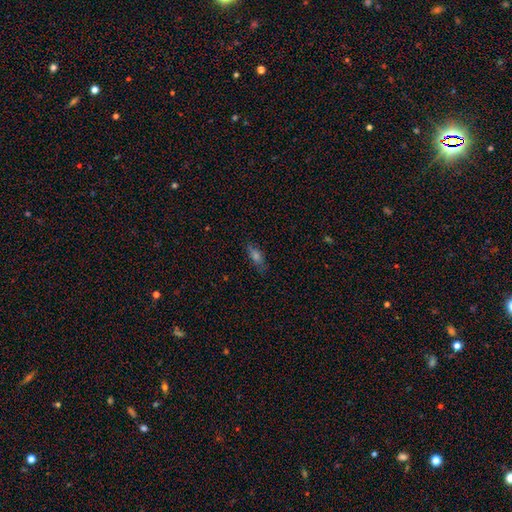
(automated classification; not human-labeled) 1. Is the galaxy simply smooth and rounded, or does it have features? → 57% smooth, 24% featured or disk, 18% star or artifact.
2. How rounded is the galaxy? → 57% in between, 37% cigar-shaped, 6% round.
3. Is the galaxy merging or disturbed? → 79% none, 15% minor disturbance, 4% major disturbance, 2% merger.